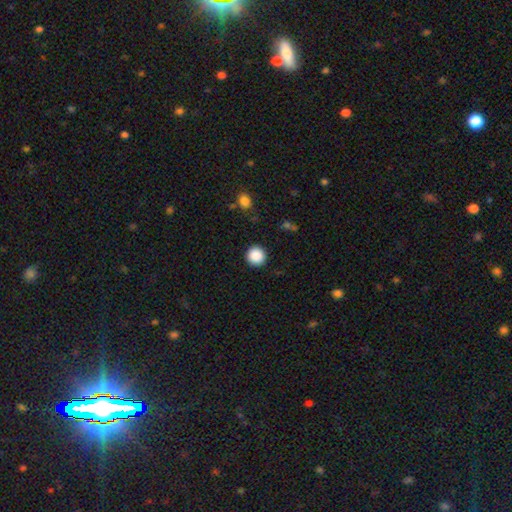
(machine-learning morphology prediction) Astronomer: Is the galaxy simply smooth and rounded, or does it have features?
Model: smooth — 88%.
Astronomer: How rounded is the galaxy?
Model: round — 96%.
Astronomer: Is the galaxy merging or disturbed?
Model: none — 92%.